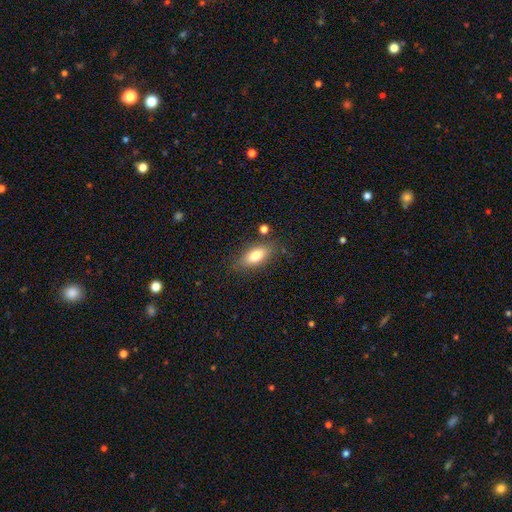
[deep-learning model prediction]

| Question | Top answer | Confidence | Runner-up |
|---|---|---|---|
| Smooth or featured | smooth | 77% | featured or disk (15%) |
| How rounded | in between | 84% | cigar-shaped (12%) |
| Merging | none | 78% | minor disturbance (14%) |